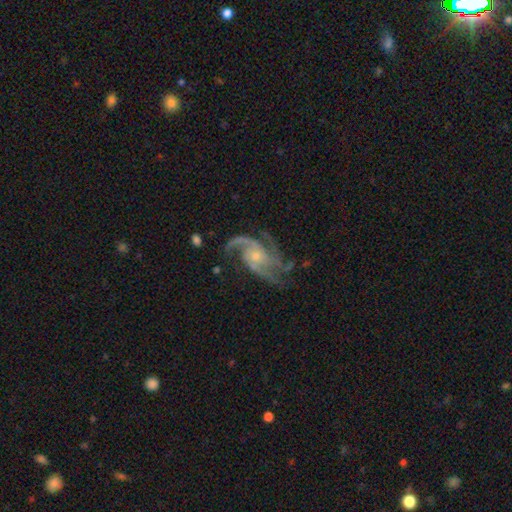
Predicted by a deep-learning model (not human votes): Smooth or featured?
  - featured or disk: 92% *
  - star or artifact: 5%
  - smooth: 3%
Edge-on disk?
  - no: 98% *
  - yes: 2%
Bar?
  - no: 69% *
  - weak: 25%
  - strong: 6%
Spiral arms?
  - yes: 98% *
  - no: 2%
Spiral winding?
  - medium: 54% *
  - tight: 25%
  - loose: 21%
Spiral arm count?
  - 3: 48% *
  - 4: 17%
  - 2: 14%
  - can't tell: 8%
  - more than 4: 6%
  - 1: 6%
Bulge size?
  - small: 65% *
  - moderate: 30%
  - none: 3%
  - large: 2%
  - dominant: 1%
Merging?
  - none: 67% *
  - minor disturbance: 18%
  - major disturbance: 13%
  - merger: 2%